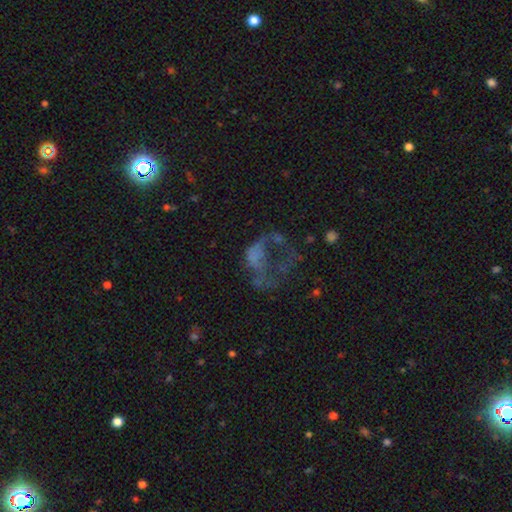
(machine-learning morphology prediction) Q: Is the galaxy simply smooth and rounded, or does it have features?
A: featured or disk — 49%.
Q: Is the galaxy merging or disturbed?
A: major disturbance — 56%.